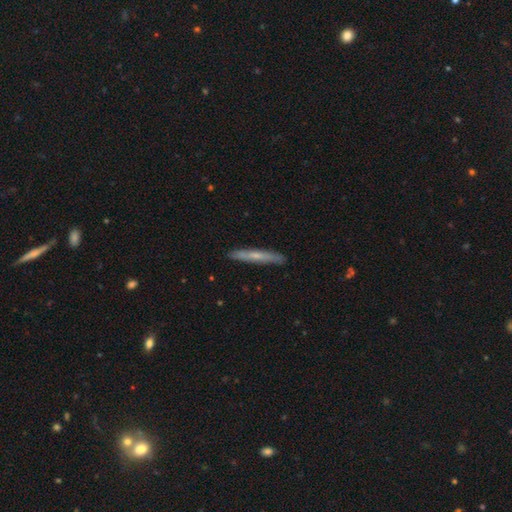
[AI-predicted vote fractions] Q: Smooth or featured?
A: smooth (47%); tied with: featured or disk (47%)
Q: Merging?
A: none (89%); runner-up: minor disturbance (8%)